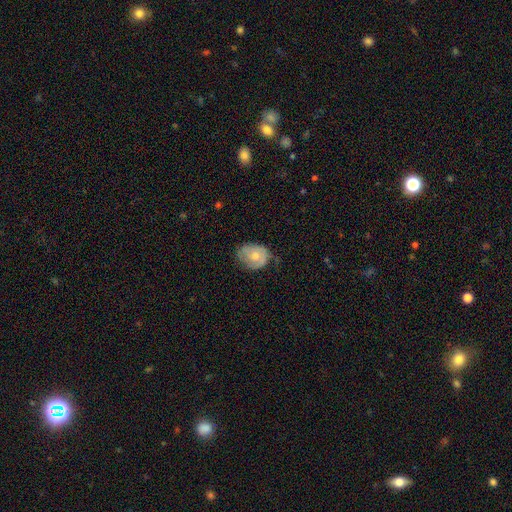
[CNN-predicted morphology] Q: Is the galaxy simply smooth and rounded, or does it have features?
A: featured or disk — 49%.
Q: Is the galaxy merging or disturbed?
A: none — 52%.